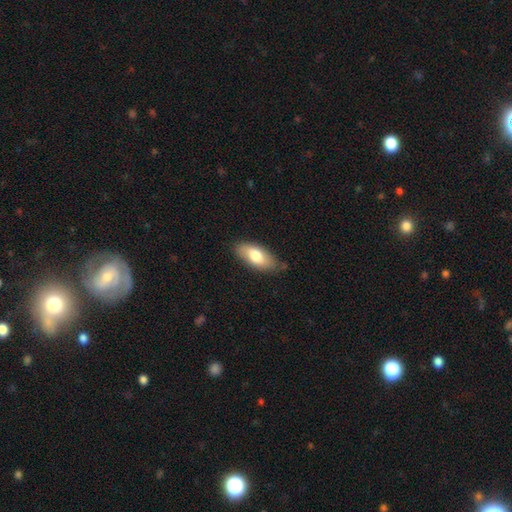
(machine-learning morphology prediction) A smooth galaxy with no disk features (74%) that is in between round and cigar-shaped (87%). Merging: none (77%).